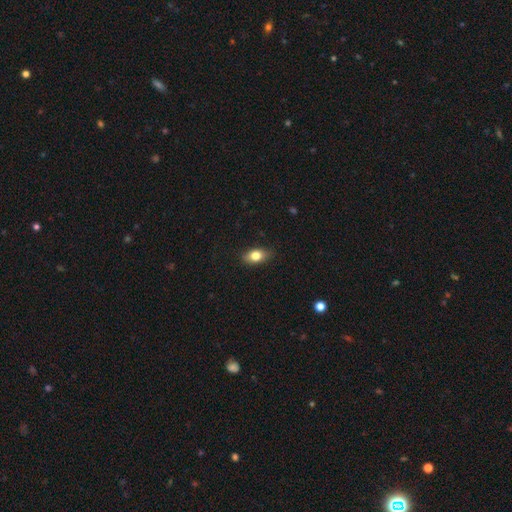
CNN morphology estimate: Overall: smooth (79%). How rounded: in between (84%). Merging: none (84%).